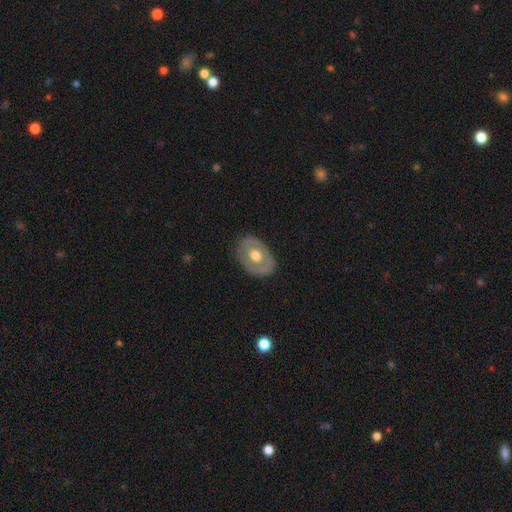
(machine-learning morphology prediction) This is possibly a featured or disk galaxy (49%). Merging: clearly none (82%).